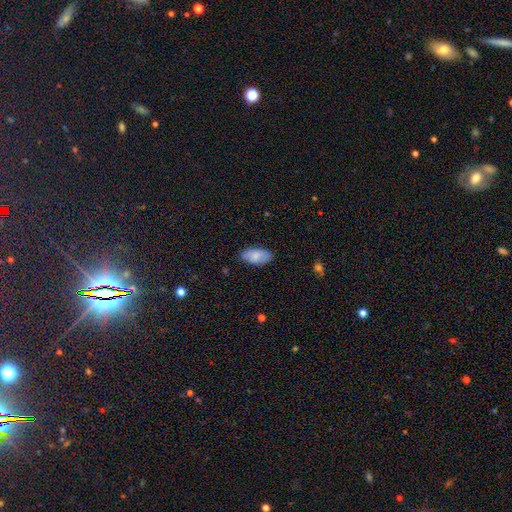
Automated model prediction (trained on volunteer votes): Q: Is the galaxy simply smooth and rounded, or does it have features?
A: smooth — 78%.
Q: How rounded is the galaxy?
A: in between — 94%.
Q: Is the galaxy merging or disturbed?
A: none — 80%.